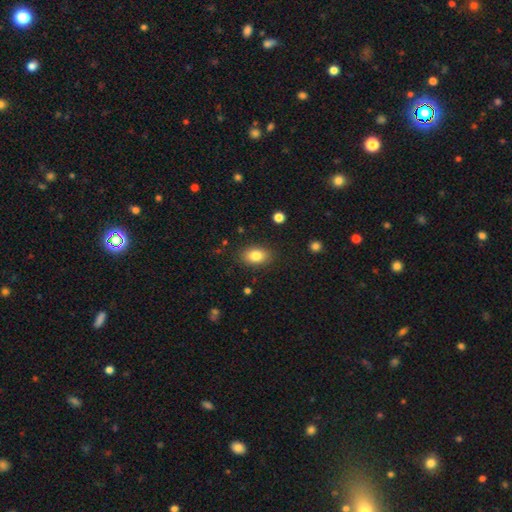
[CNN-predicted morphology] type=smooth (83%); roundness=in between (83%); merging=none (86%).